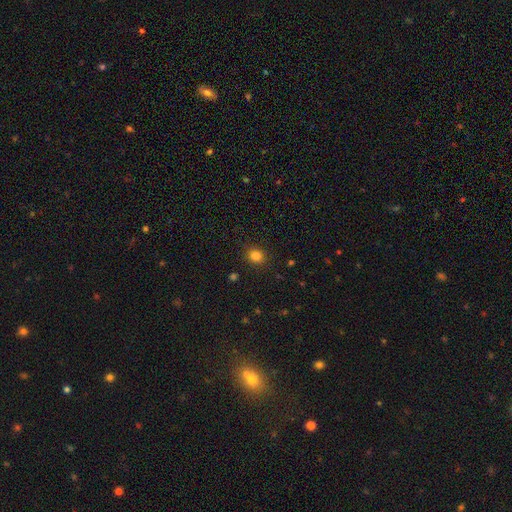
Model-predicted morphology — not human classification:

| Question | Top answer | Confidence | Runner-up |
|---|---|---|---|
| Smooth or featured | smooth | 82% | star or artifact (13%) |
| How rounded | round | 82% | in between (17%) |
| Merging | none | 89% | minor disturbance (7%) |